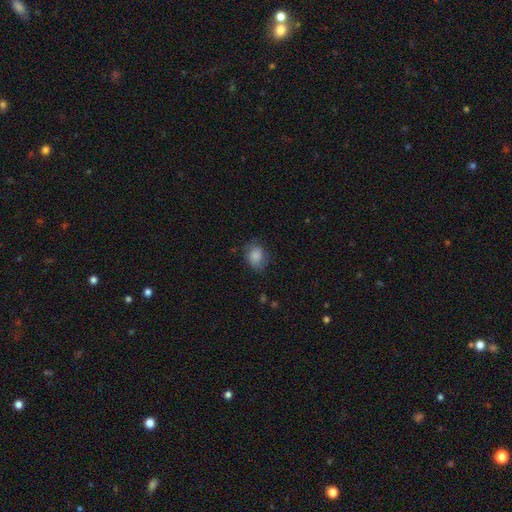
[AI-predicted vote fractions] The model was most divided on "how rounded": in between: 53%, round: 46%, cigar-shaped: 1%. More confident: smooth or featured — smooth (82%); merging — none (64%).